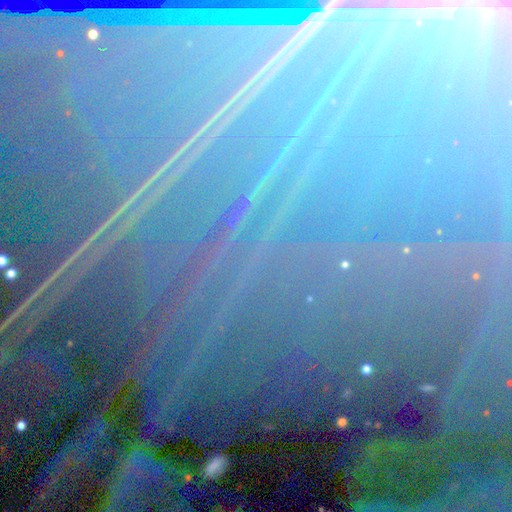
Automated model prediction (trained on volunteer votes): smooth_or_featured: star or artifact (p=0.89) [alt: featured or disk p=0.06]